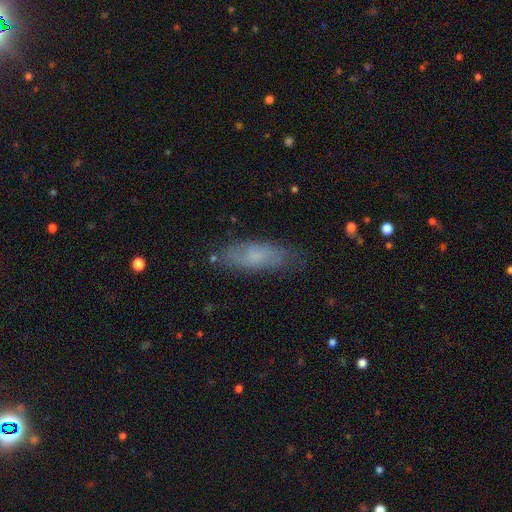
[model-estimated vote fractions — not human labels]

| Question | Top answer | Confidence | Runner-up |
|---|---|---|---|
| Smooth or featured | smooth | 63% | featured or disk (30%) |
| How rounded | in between | 63% | cigar-shaped (35%) |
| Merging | none | 74% | minor disturbance (20%) |